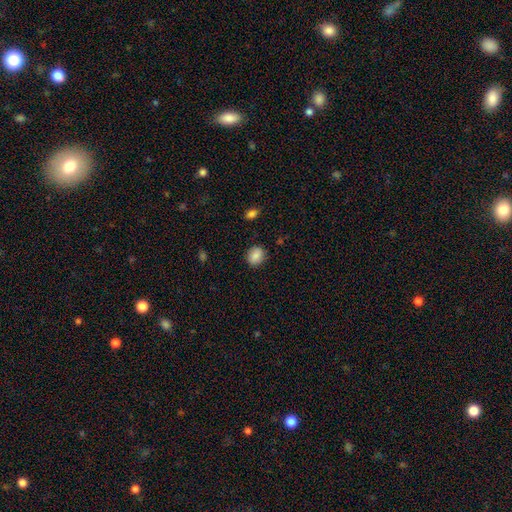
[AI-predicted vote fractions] Overall: smooth (86%). How rounded: round (59%; in between 40%). Merging: none (87%).